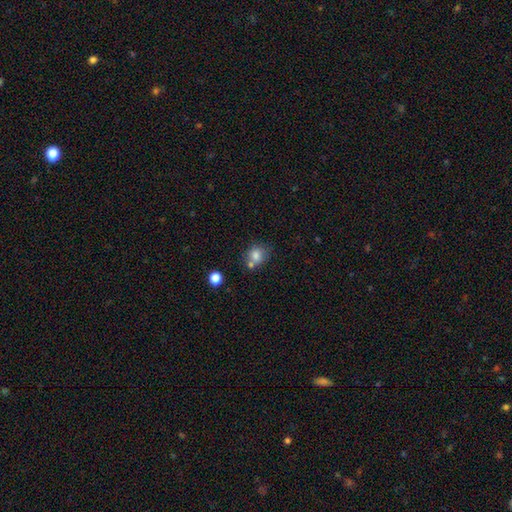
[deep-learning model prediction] smooth_or_featured: smooth (p=0.78) [alt: star or artifact p=0.11]
how_rounded: round (p=0.71) [alt: in between p=0.28]
merging: none (p=0.54) [alt: merger p=0.27]